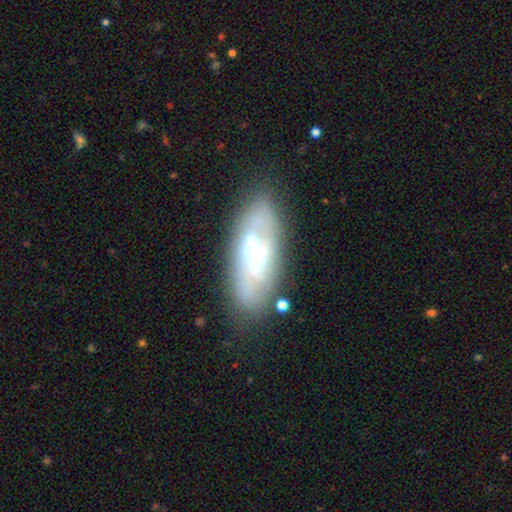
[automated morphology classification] Smooth or featured?
  - featured or disk: 64% *
  - smooth: 27%
  - star or artifact: 8%
Edge-on disk?
  - no: 81% *
  - yes: 19%
Bar?
  - no: 52% *
  - weak: 29%
  - strong: 19%
Spiral arms?
  - no: 64% *
  - yes: 36%
Bulge size?
  - moderate: 45% * (tied)
  - small: 45% * (tied)
  - large: 5%
  - none: 3%
  - dominant: 2%
Merging?
  - none: 68% *
  - minor disturbance: 16%
  - merger: 9%
  - major disturbance: 7%